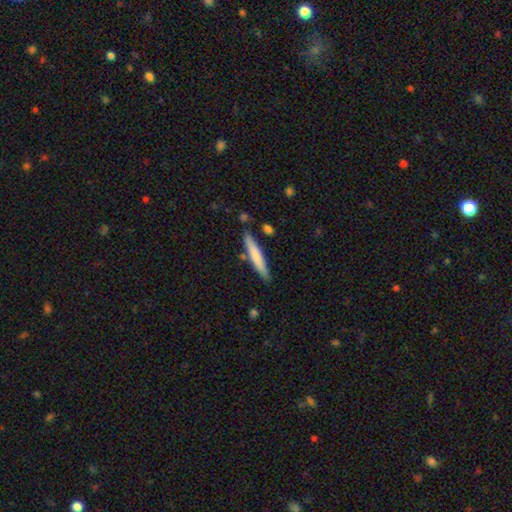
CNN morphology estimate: Smooth or featured?
  - smooth: 71% *
  - featured or disk: 24%
  - star or artifact: 5%
How rounded?
  - cigar-shaped: 93% *
  - in between: 6%
  - round: 1%
Merging?
  - none: 84% *
  - minor disturbance: 10%
  - merger: 4%
  - major disturbance: 2%